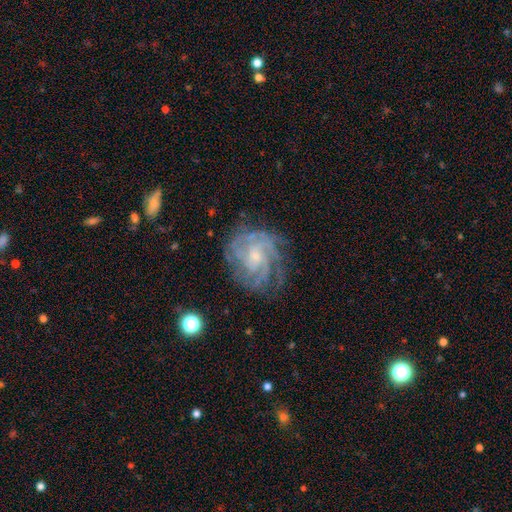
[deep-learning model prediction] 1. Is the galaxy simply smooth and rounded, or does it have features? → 86% featured or disk, 7% smooth, 7% star or artifact.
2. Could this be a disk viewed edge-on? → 98% no, 2% yes.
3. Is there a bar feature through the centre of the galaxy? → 66% no, 29% weak, 5% strong.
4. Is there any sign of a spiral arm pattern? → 96% yes, 4% no.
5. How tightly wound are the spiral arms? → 66% tight, 28% medium, 6% loose.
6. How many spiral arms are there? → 27% 4, 26% can't tell, 21% 3, 10% 2, 10% more than 4, 7% 1.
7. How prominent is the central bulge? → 61% small, 28% moderate, 8% none, 2% large, 1% dominant.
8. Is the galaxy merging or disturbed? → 72% none, 18% minor disturbance, 9% major disturbance, 2% merger.